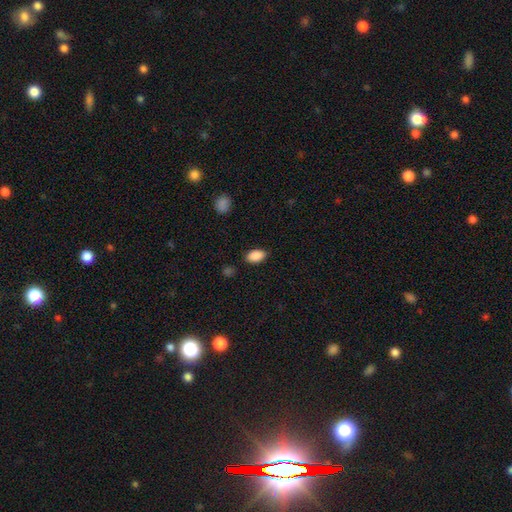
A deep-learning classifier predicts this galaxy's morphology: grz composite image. It shows a smooth galaxy with no disk features (89%) that is in between round and cigar-shaped (92%). Merging: none (85%).